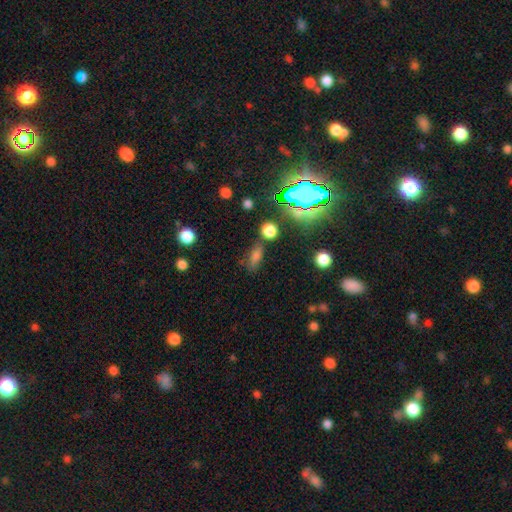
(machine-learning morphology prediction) The model was most divided on "smooth or featured": smooth: 63%, star or artifact: 25%, featured or disk: 12%. More confident: merging — none (69%); how rounded — in between (64%).